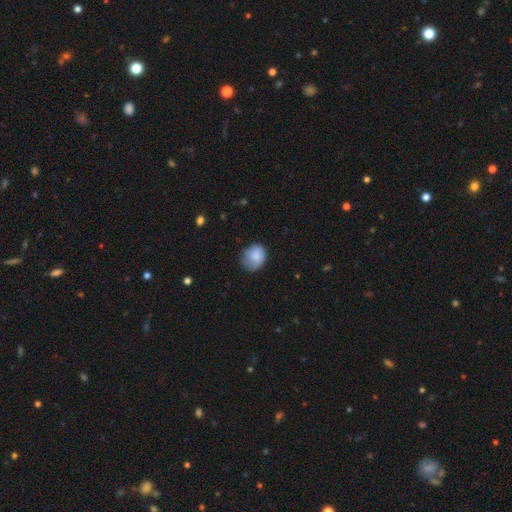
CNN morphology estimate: Smooth or featured? Predicted: smooth (p=0.81). How rounded? Predicted: round (p=0.67). Merging? Predicted: none (p=0.61).